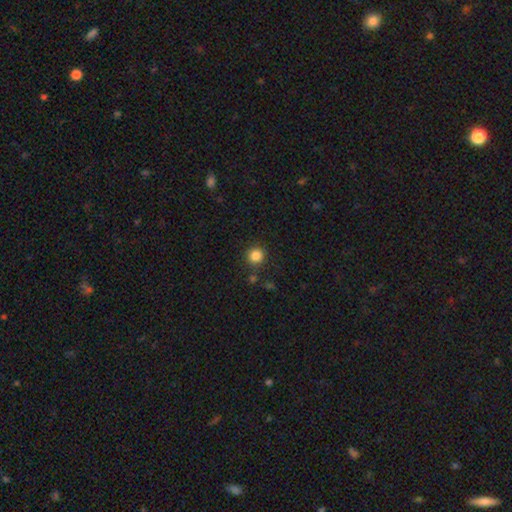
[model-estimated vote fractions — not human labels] Smooth or featured? smooth (85%)
How rounded? round (92%)
Merging? none (87%)